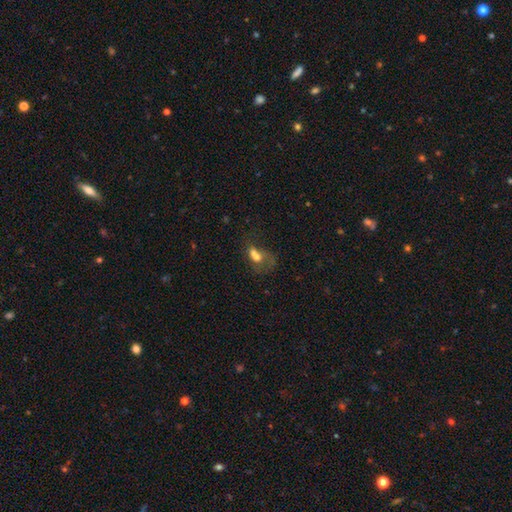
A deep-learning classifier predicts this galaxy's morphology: This appears to be a smooth galaxy with no disk features (61%) that is in between round and cigar-shaped (68%). Merging: merger (53%).